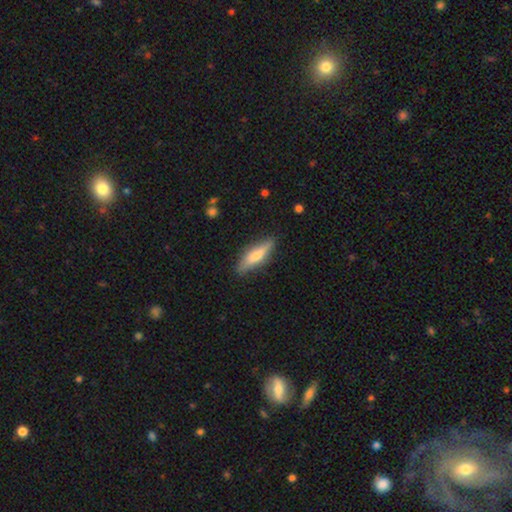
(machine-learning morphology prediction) This is possibly a smooth galaxy (54%). How rounded: likely cigar-shaped (70%). Merging: clearly none (84%).